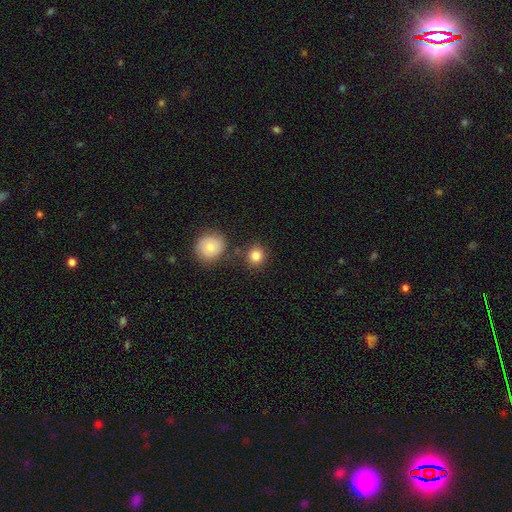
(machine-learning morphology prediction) The model was most divided on "merging": none: 79%, minor disturbance: 10%, merger: 8%, major disturbance: 3%. More confident: how rounded — round (87%); smooth or featured — smooth (84%).